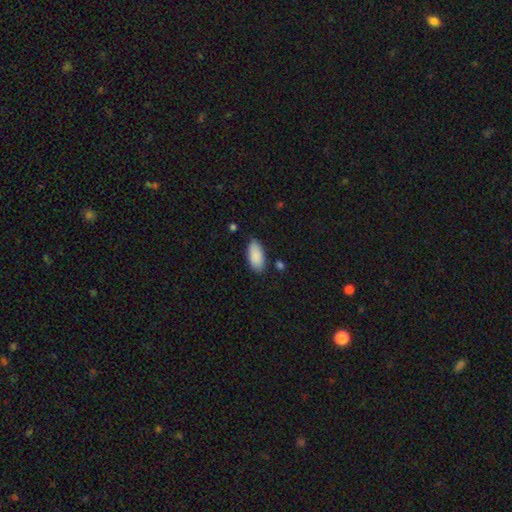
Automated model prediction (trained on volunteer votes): A smooth galaxy with no disk features (90%) that is in between round and cigar-shaped (91%).

Vote fractions:
- Smooth or featured? smooth: 90% / star or artifact: 6% / featured or disk: 4%
- How rounded? in between: 91% / cigar-shaped: 7% / round: 2%
- Merging? none: 80% / minor disturbance: 14% / major disturbance: 3% / merger: 2%